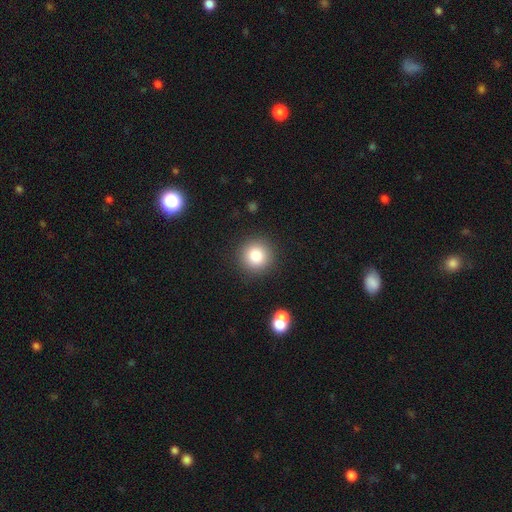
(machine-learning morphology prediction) Smooth or featured? Predicted: smooth (p=0.82). How rounded? Predicted: round (p=0.94). Merging? Predicted: none (p=0.89).